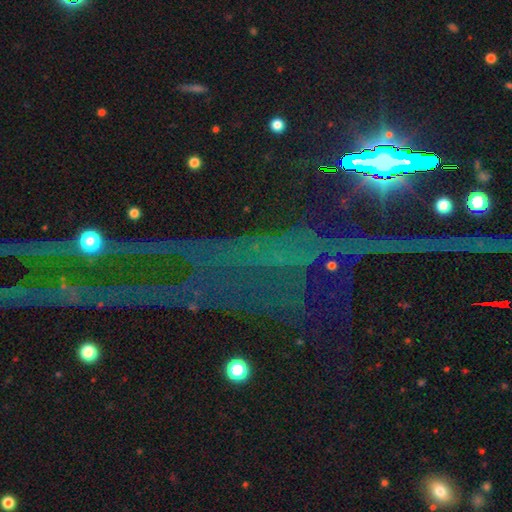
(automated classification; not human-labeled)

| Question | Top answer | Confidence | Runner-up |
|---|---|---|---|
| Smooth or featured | star or artifact | 80% | featured or disk (12%) |